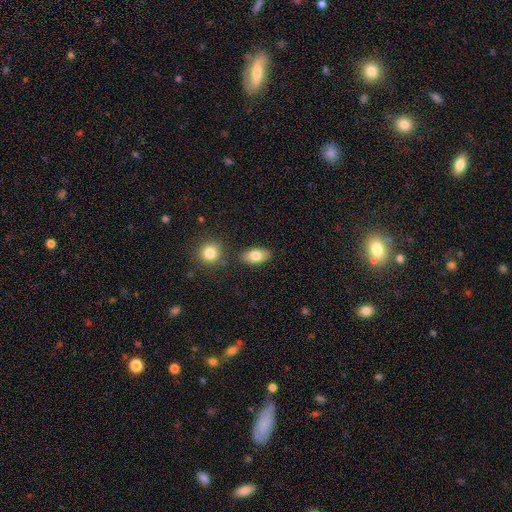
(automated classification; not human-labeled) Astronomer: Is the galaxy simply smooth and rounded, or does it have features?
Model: smooth — 80%.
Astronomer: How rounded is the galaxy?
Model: in between — 91%.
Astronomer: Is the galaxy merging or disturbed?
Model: none — 81%.